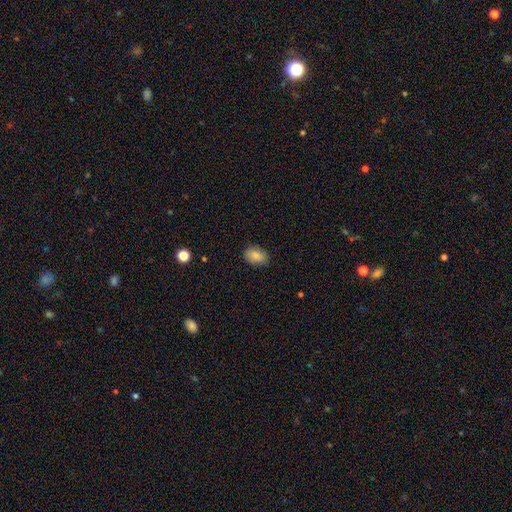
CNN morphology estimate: This is clearly a smooth galaxy (85%). How rounded: clearly in between (85%). Merging: clearly none (83%).